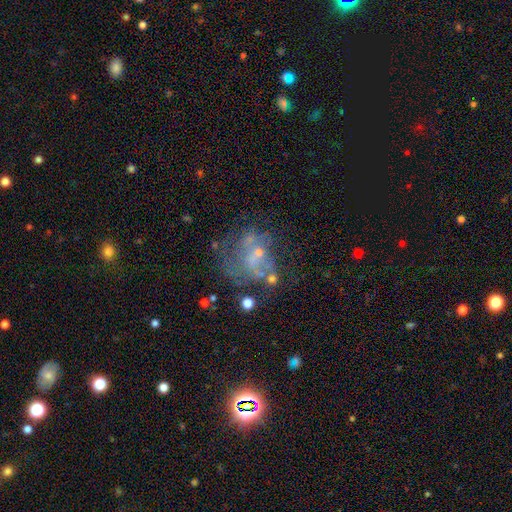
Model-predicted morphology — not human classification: This is possibly a featured or disk galaxy (58%). It is clearly not viewed edge-on (98%). Bar: likely no (80%). Spiral arm pattern: likely no (74%). Central bulge: possibly small (50%). Merging: marginally none (37%).